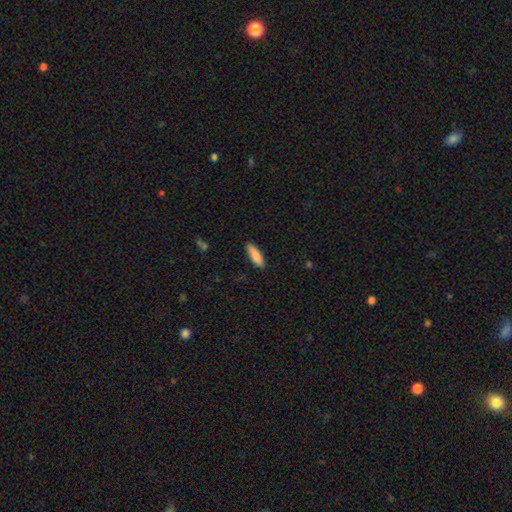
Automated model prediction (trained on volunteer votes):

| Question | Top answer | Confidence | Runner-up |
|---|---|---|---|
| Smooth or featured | smooth | 86% | featured or disk (8%) |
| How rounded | in between | 50% | cigar-shaped (48%) |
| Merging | none | 85% | minor disturbance (12%) |